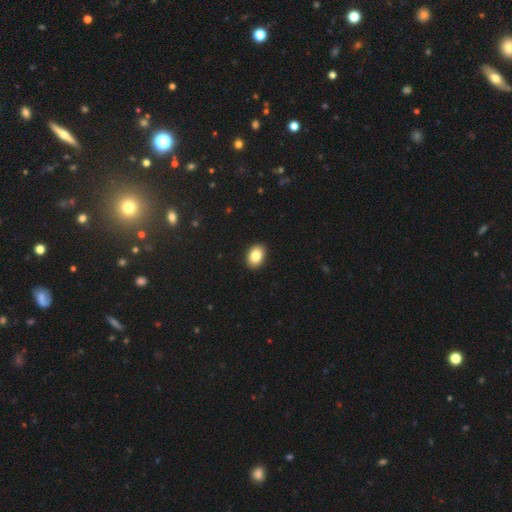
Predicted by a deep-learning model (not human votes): smooth_or_featured: smooth (p=0.86) [alt: star or artifact p=0.08]
how_rounded: in between (p=0.82) [alt: round p=0.17]
merging: none (p=0.91) [alt: minor disturbance p=0.06]